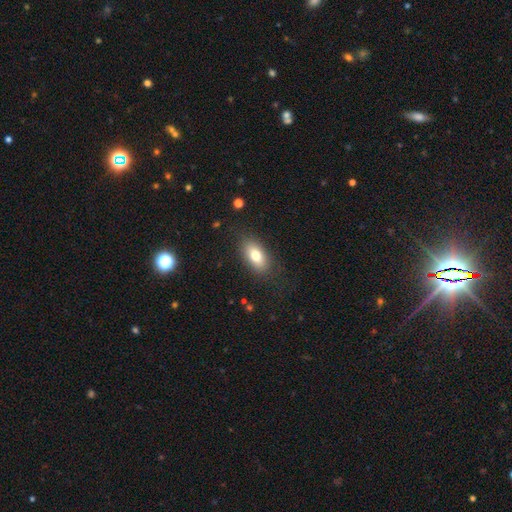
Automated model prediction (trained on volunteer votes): Smooth or featured: smooth — 77% (featured or disk — 15%)
How rounded: in between — 88% (round — 6%)
Merging: none — 82% (minor disturbance — 12%)